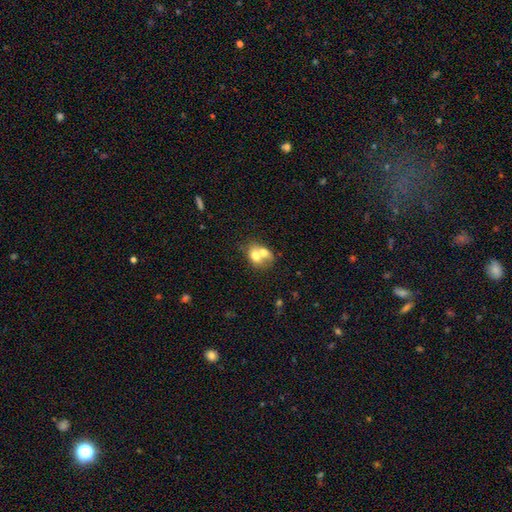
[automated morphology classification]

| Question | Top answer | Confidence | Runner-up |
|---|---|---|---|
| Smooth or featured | smooth | 64% | featured or disk (28%) |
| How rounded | in between | 59% | round (40%) |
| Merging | merger | 71% | none (19%) |